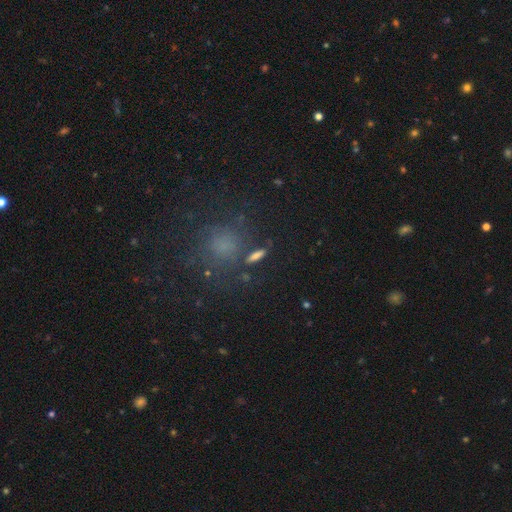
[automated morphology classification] type=smooth (56%); roundness=round (43%); merging=none (70%).